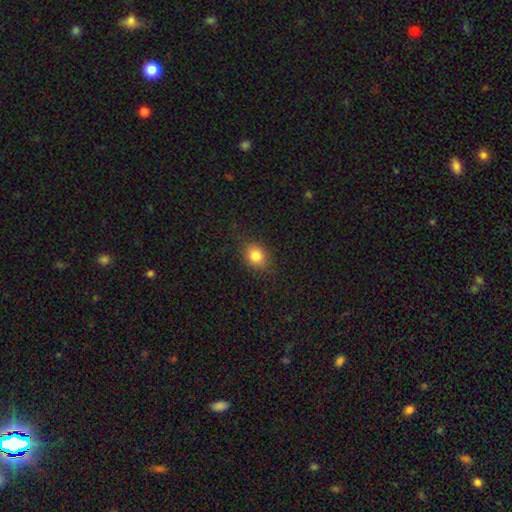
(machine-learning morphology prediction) Q: Smooth or featured?
A: smooth (84%); runner-up: star or artifact (10%)
Q: How rounded?
A: round (52%); runner-up: in between (47%)
Q: Merging?
A: none (81%); runner-up: minor disturbance (14%)